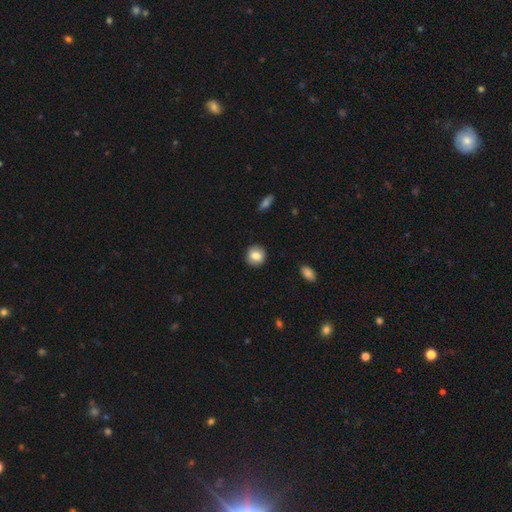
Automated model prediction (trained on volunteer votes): smooth-or-featured: smooth: 82% | featured or disk: 10% | star or artifact: 8%
  how-rounded: round: 86% | in between: 13% | cigar-shaped: 1%
  merging: none: 89% | minor disturbance: 8% | major disturbance: 2% | merger: 1%